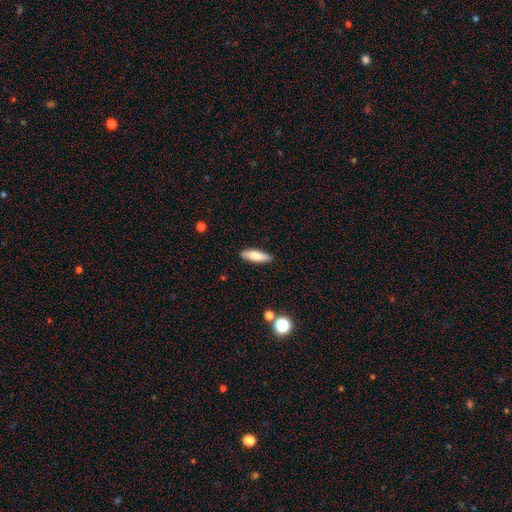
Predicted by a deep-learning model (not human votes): Smooth or featured?
  - smooth: 72% *
  - featured or disk: 22%
  - star or artifact: 6%
How rounded?
  - cigar-shaped: 53% *
  - in between: 45%
  - round: 2%
Merging?
  - none: 88% *
  - minor disturbance: 9%
  - major disturbance: 2%
  - merger: 1%